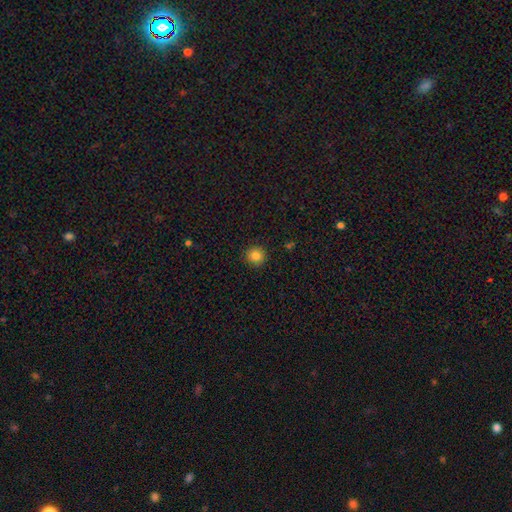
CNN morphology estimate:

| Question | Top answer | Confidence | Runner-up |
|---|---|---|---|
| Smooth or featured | smooth | 84% | star or artifact (11%) |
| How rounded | round | 93% | in between (6%) |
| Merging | none | 91% | minor disturbance (6%) |